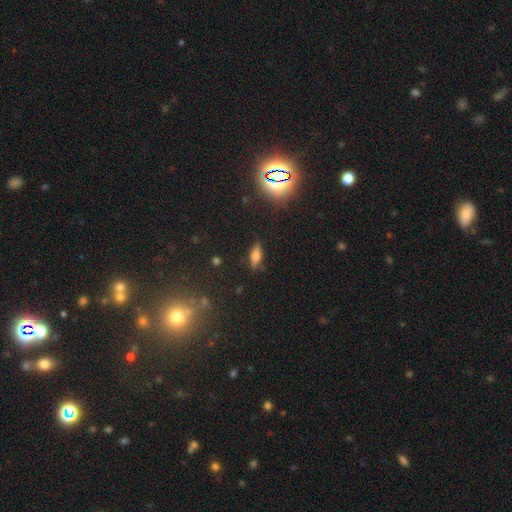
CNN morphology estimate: Overall: smooth (56%; featured or disk 30%). How rounded: in between (60%; cigar-shaped 36%). Merging: none (82%).